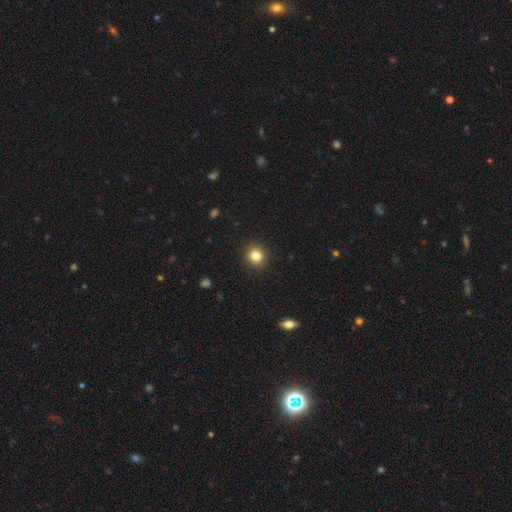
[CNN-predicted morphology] Smooth or featured?
  - smooth: 82% *
  - star or artifact: 12%
  - featured or disk: 6%
How rounded?
  - round: 91% *
  - in between: 8%
  - cigar-shaped: 1%
Merging?
  - none: 93% *
  - minor disturbance: 5%
  - major disturbance: 2%
  - merger: 1%